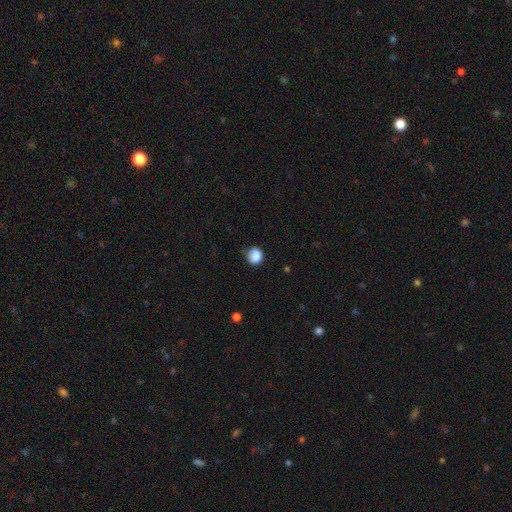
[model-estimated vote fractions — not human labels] Smooth or featured: smooth — 87% (star or artifact — 9%)
How rounded: round — 76% (in between — 23%)
Merging: none — 76% (minor disturbance — 19%)